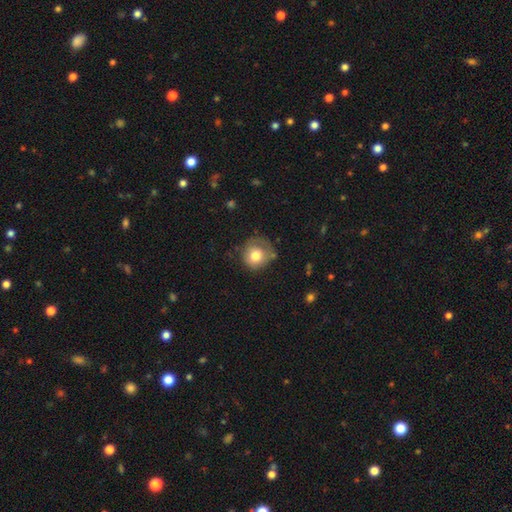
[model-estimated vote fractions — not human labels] This appears to be a smooth galaxy with no disk features (76%) that is round (88%). Merging: none (59%).